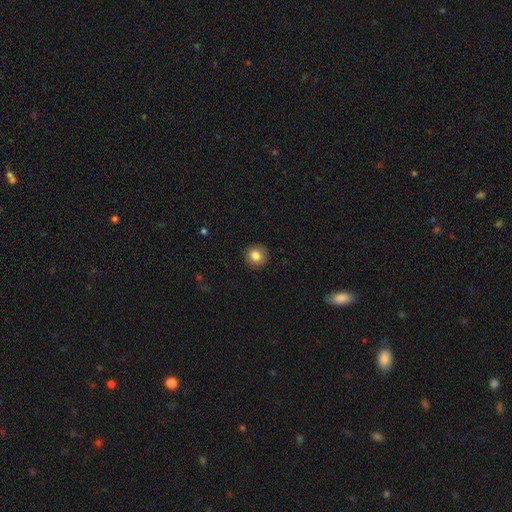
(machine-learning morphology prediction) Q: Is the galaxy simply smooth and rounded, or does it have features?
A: smooth — 84%.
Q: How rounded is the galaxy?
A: round — 91%.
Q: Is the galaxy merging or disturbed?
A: none — 91%.